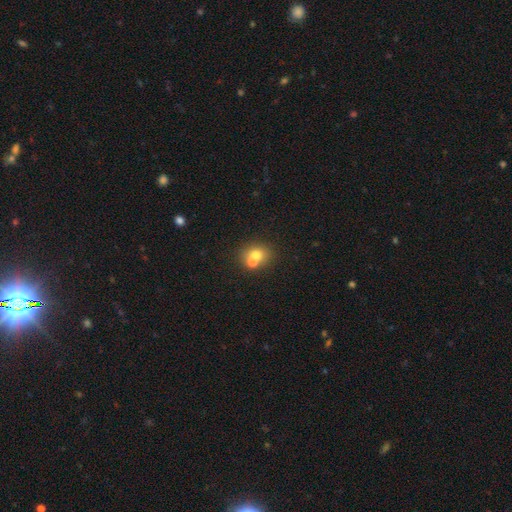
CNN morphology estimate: smooth_or_featured: smooth (p=0.69) [alt: featured or disk p=0.18]
how_rounded: round (p=0.71) [alt: in between p=0.28]
merging: none (p=0.49) [alt: merger p=0.41]